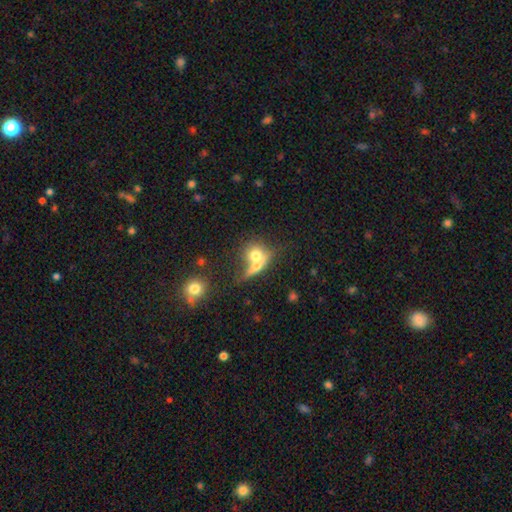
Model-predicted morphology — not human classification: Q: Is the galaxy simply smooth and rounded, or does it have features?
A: smooth — 66%.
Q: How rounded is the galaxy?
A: round — 62%.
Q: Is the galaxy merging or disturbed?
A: merger — 58%.